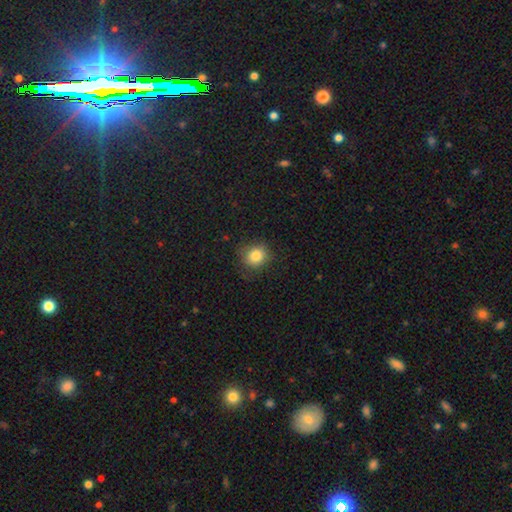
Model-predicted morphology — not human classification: This appears to be a smooth galaxy with no disk features (84%) that is round (80%). Merging: none (79%).